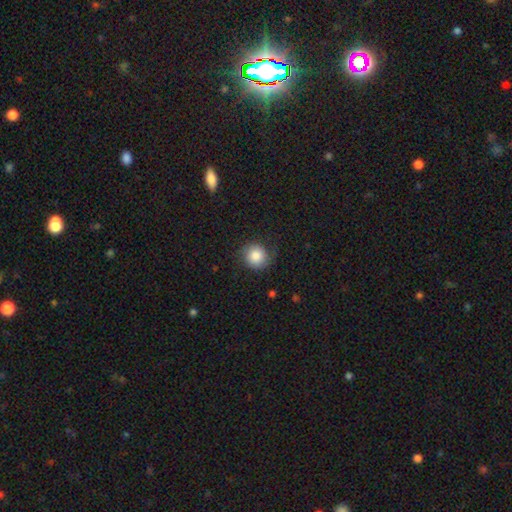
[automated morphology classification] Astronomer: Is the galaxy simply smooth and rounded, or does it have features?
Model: smooth — 80%.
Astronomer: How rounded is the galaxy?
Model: round — 89%.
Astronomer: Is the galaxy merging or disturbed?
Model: none — 77%.